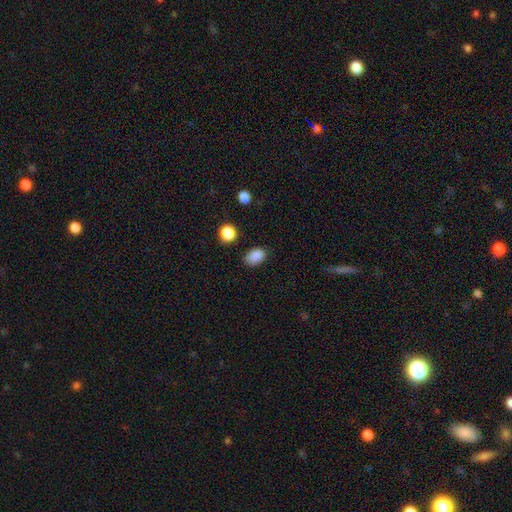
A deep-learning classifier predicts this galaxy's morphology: Smooth or featured?
  - smooth: 87% *
  - star or artifact: 10%
  - featured or disk: 3%
How rounded?
  - in between: 83% *
  - round: 15%
  - cigar-shaped: 1%
Merging?
  - none: 80% *
  - minor disturbance: 14%
  - major disturbance: 3%
  - merger: 2%